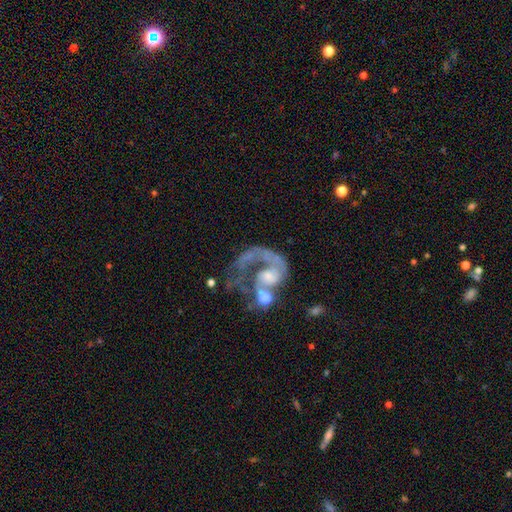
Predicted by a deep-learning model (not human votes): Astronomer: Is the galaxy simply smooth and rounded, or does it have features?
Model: featured or disk — 78%.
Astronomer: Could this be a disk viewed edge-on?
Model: no — 98%.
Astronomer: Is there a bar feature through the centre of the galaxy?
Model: no — 72%.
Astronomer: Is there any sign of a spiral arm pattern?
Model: yes — 74%.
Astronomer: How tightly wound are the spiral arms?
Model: loose — 37% (runner-up: medium, 35%).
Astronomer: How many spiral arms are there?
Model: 1 — 77%.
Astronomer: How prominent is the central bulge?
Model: moderate — 39% (runner-up: small, 28%).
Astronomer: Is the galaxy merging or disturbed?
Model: major disturbance — 36% (runner-up: merger, 35%).